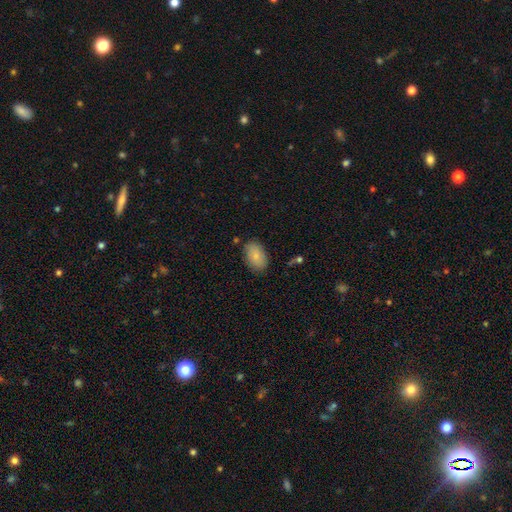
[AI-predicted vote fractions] Smooth or featured?
  - smooth: 83% *
  - featured or disk: 10%
  - star or artifact: 7%
How rounded?
  - in between: 90% *
  - round: 8%
  - cigar-shaped: 1%
Merging?
  - none: 83% *
  - minor disturbance: 13%
  - major disturbance: 3%
  - merger: 2%